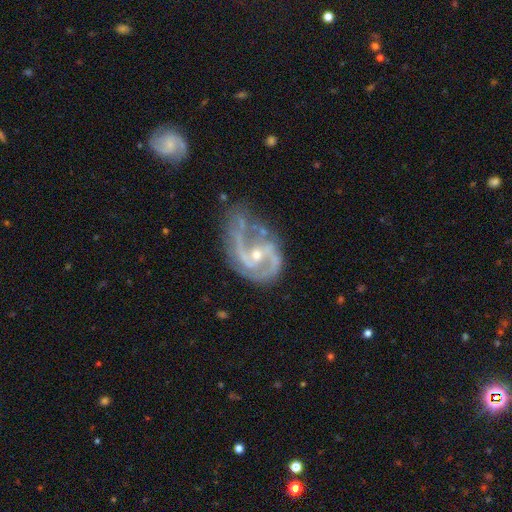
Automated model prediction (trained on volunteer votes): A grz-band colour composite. It shows a featured or disk galaxy (88%) with a weak bar (43%), 2 (80%) medium (50%) spiral arms (95%) and a small central bulge (63%). Merging: none (43%).